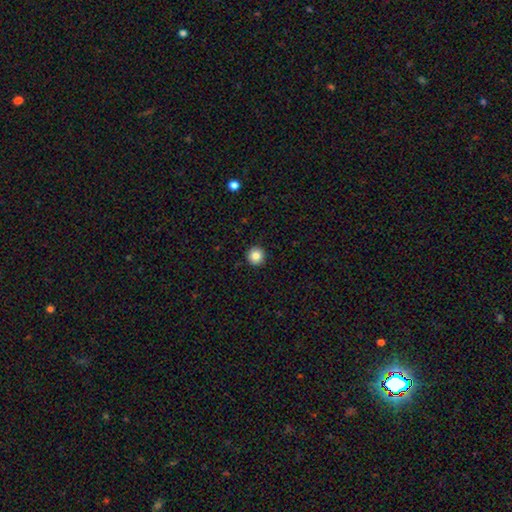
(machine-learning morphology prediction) Q: Smooth or featured?
A: smooth (84%); runner-up: star or artifact (10%)
Q: How rounded?
A: round (96%); runner-up: in between (3%)
Q: Merging?
A: none (93%); runner-up: minor disturbance (4%)